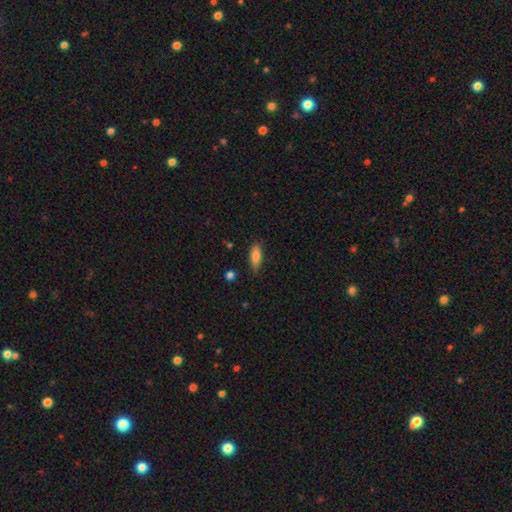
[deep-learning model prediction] Smooth or featured: smooth — 82% (featured or disk — 11%)
How rounded: in between — 74% (cigar-shaped — 23%)
Merging: none — 80% (minor disturbance — 15%)